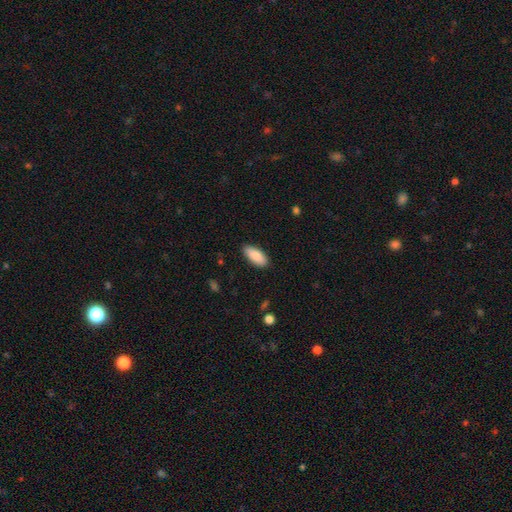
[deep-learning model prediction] A smooth galaxy with no disk features (88%) that is in between round and cigar-shaped (87%). Merging: none (88%).